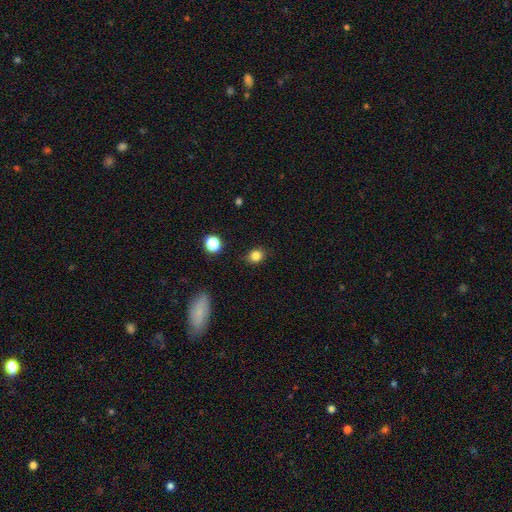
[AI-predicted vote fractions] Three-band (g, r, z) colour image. It shows a smooth galaxy with no disk features (82%) that is round (62%). Merging: none (84%).